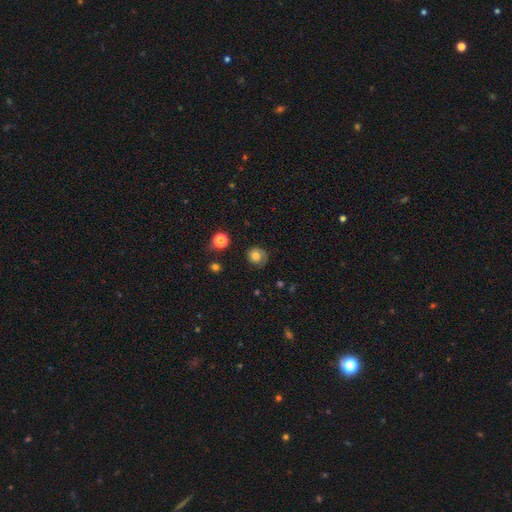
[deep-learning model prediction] The model was most divided on "merging": none: 70%, minor disturbance: 20%, major disturbance: 9%, merger: 2%. More confident: how rounded — round (83%); smooth or featured — smooth (71%).